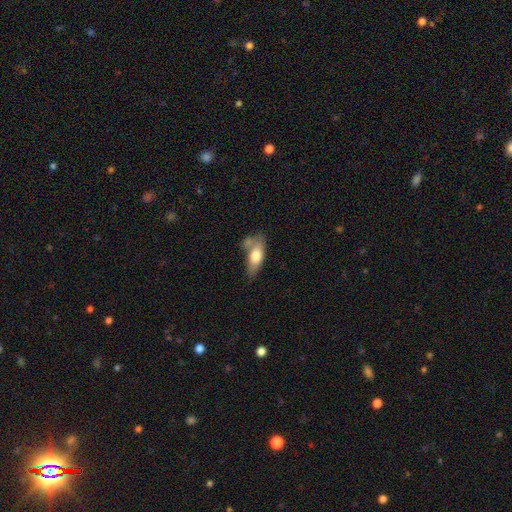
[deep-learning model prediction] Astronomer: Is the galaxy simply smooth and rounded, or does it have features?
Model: smooth — 71%.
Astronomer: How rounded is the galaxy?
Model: in between — 78%.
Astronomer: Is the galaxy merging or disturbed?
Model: none — 39% (runner-up: merger, 26%).